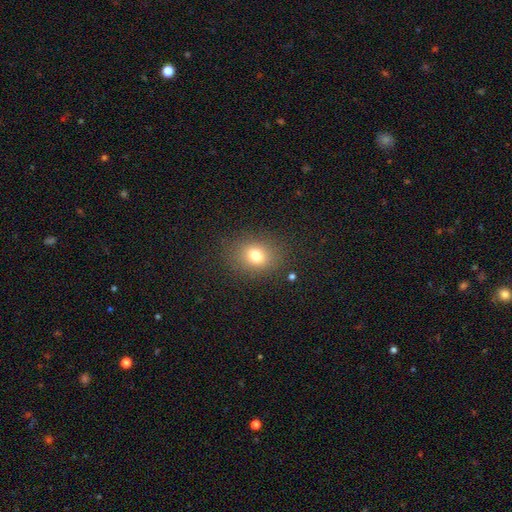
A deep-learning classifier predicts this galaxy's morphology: This appears to be a smooth galaxy with no disk features (76%) that is round (55%). Merging: none (85%).